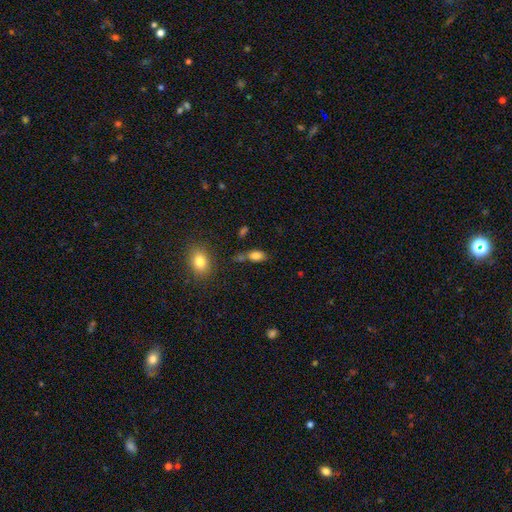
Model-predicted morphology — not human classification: Q: Smooth or featured?
A: smooth (81%); runner-up: star or artifact (11%)
Q: How rounded?
A: in between (85%); runner-up: round (10%)
Q: Merging?
A: none (58%); runner-up: minor disturbance (18%)